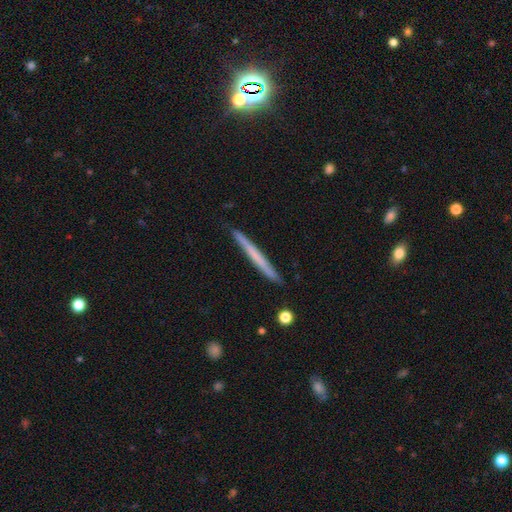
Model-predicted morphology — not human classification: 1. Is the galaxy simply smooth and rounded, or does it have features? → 52% smooth, 42% featured or disk, 6% star or artifact.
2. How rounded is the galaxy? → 97% cigar-shaped, 2% in between, 1% round.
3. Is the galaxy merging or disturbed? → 90% none, 8% minor disturbance, 1% major disturbance, 1% merger.